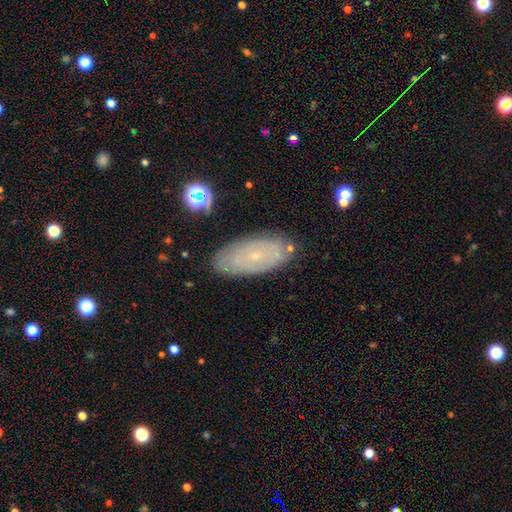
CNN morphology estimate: smooth_or_featured: featured or disk (p=0.59) [alt: smooth p=0.31]
disk_edge_on: no (p=0.88) [alt: yes p=0.12]
bar: no (p=0.83) [alt: weak p=0.14]
has_spiral_arms: yes (p=0.67) [alt: no p=0.33]
bulge_size: small (p=0.85) [alt: moderate p=0.11]
merging: none (p=0.82) [alt: minor disturbance p=0.13]